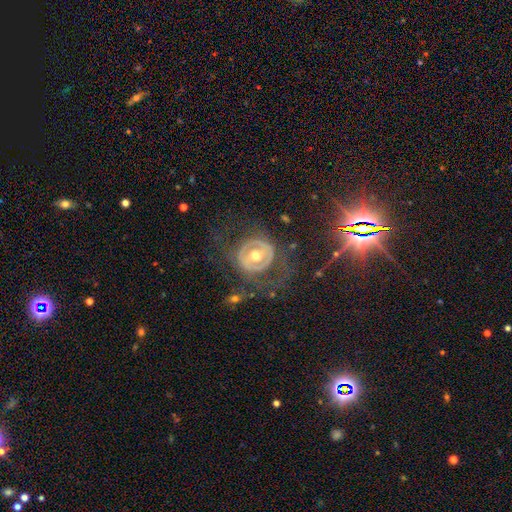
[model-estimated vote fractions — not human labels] This is likely a featured or disk galaxy (70%). It is clearly not viewed edge-on (95%). Bar: possibly no (52%). Spiral arm pattern: likely no (67%). Central bulge: likely moderate (75%). Merging: likely none (60%).